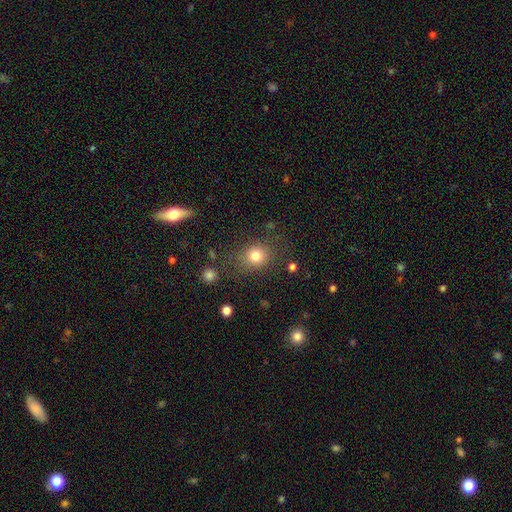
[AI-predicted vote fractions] This appears to be a smooth galaxy with no disk features (79%) that is round (69%). Merging: none (76%).